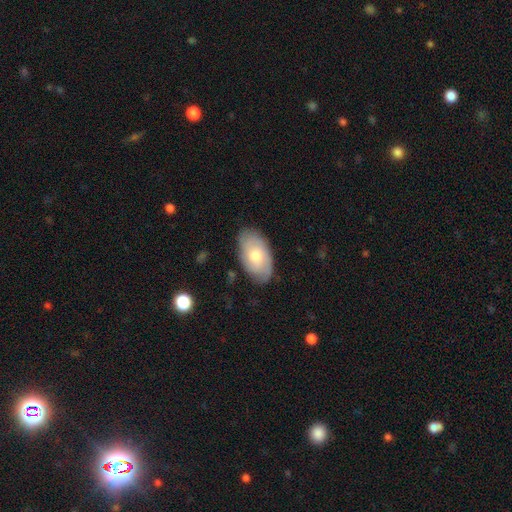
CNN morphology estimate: The model was most divided on "smooth or featured": smooth: 51%, featured or disk: 42%, star or artifact: 6%. More confident: how rounded — in between (93%); merging — none (78%).